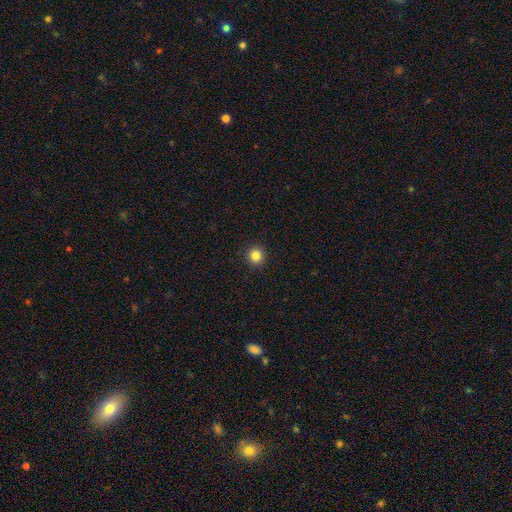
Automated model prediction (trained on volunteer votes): smooth_or_featured: smooth (p=0.84) [alt: star or artifact p=0.11]
how_rounded: round (p=0.94) [alt: in between p=0.05]
merging: none (p=0.93) [alt: minor disturbance p=0.04]